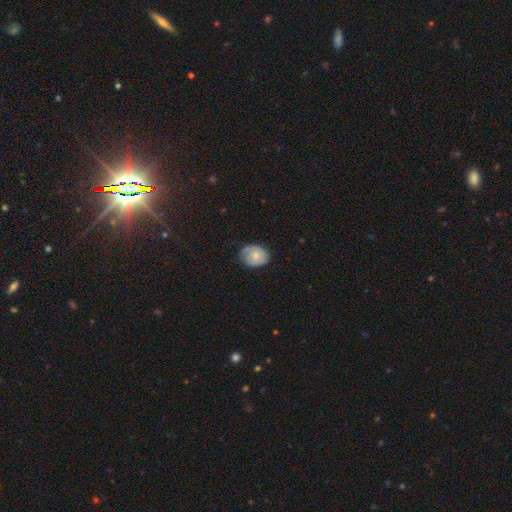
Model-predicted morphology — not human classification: Smooth or featured?
  - smooth: 54% *
  - featured or disk: 39%
  - star or artifact: 7%
How rounded?
  - in between: 56% *
  - round: 43%
  - cigar-shaped: 1%
Merging?
  - none: 65% *
  - minor disturbance: 26%
  - major disturbance: 7%
  - merger: 1%